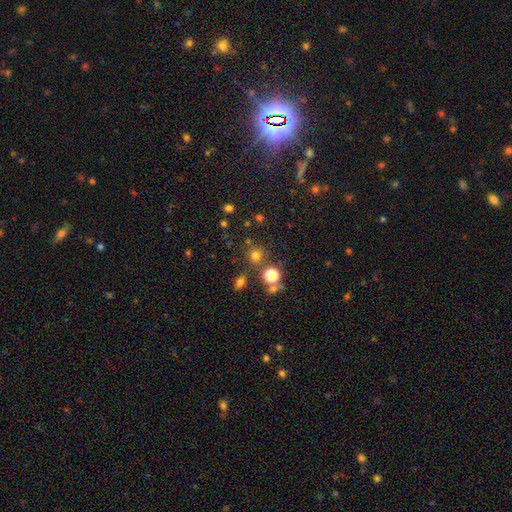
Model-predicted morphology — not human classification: Smooth or featured? smooth (71%)
How rounded? round (89%)
Merging? none (75%)